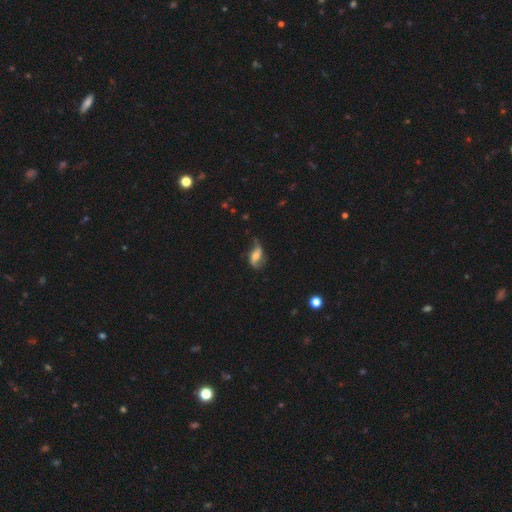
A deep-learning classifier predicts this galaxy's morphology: Overall: featured or disk (59%; smooth 33%). Edge-on disk: no (93%). Bar: no (45%; weak 34%). Spiral arms: yes (85%). Bulge size: moderate (53%; small 29%). Merging: none (50%; minor disturbance 30%).